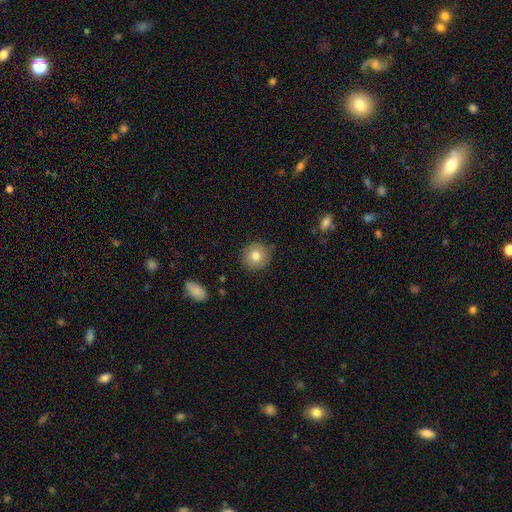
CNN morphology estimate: The model was most divided on "smooth or featured": smooth: 79%, featured or disk: 12%, star or artifact: 9%. More confident: how rounded — round (92%); merging — none (88%).